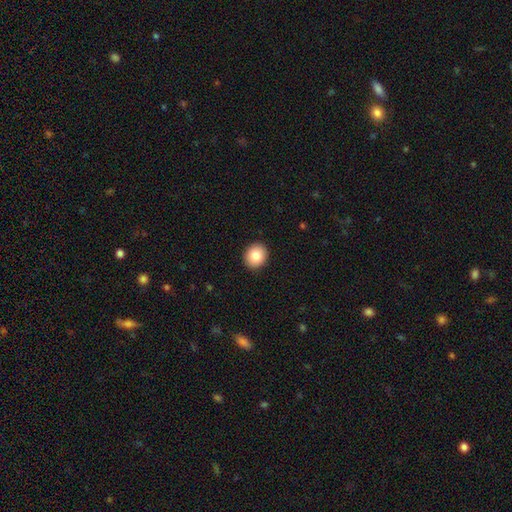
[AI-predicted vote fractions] Smooth or featured? smooth (84%)
How rounded? round (74%)
Merging? none (92%)